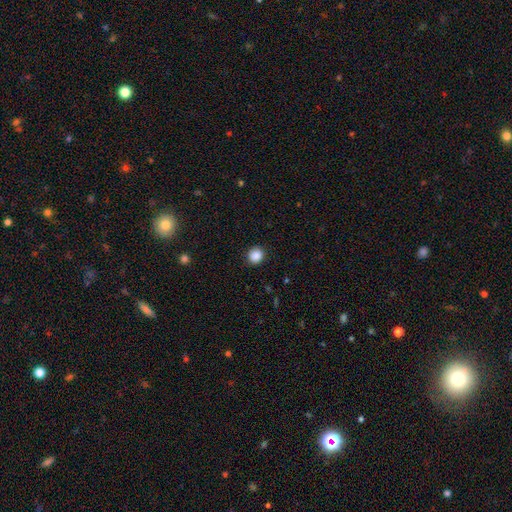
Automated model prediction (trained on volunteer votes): Q: Smooth or featured?
A: smooth (88%); runner-up: star or artifact (10%)
Q: How rounded?
A: round (88%); runner-up: in between (11%)
Q: Merging?
A: none (91%); runner-up: minor disturbance (6%)